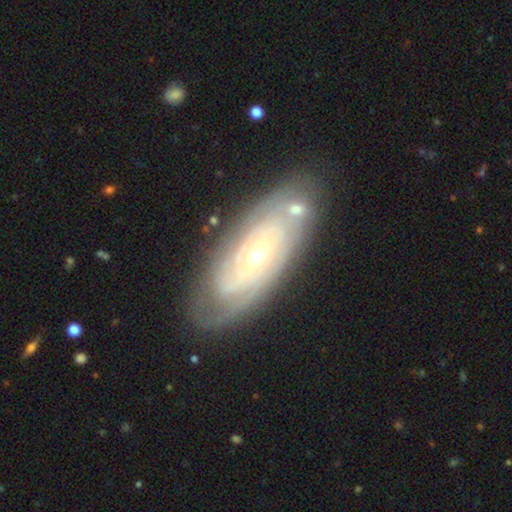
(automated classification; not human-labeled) Smooth or featured?
  - featured or disk: 79% *
  - smooth: 15%
  - star or artifact: 6%
Edge-on disk?
  - no: 90% *
  - yes: 10%
Bar?
  - no: 78% *
  - weak: 17%
  - strong: 5%
Spiral arms?
  - yes: 87% *
  - no: 13%
Spiral winding?
  - tight: 78% *
  - medium: 18%
  - loose: 4%
Spiral arm count?
  - can't tell: 52% *
  - 2: 17%
  - 3: 12%
  - 4: 9%
  - more than 4: 5%
  - 1: 4%
Bulge size?
  - small: 65% *
  - moderate: 32%
  - large: 2%
  - none: 1%
  - dominant: 1%
Merging?
  - none: 76% *
  - minor disturbance: 15%
  - merger: 5%
  - major disturbance: 4%